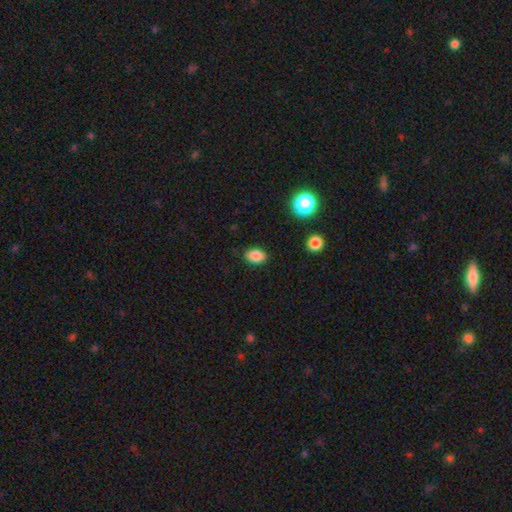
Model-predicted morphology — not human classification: This appears to be a smooth galaxy with no disk features (85%) that is in between round and cigar-shaped (82%). Merging: none (87%).